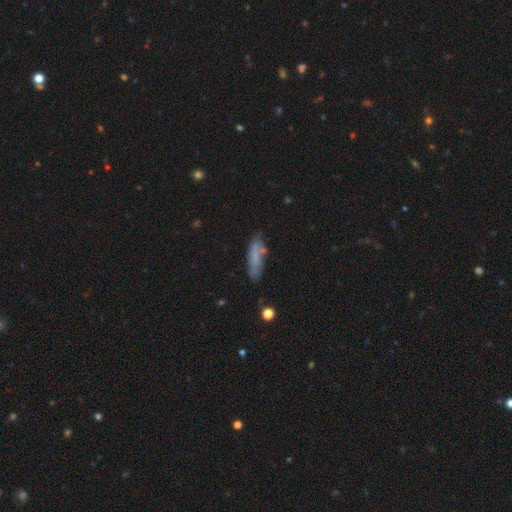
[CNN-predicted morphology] A smooth galaxy with no disk features (65%) that is cigar-shaped (58%). Merging: none (68%).